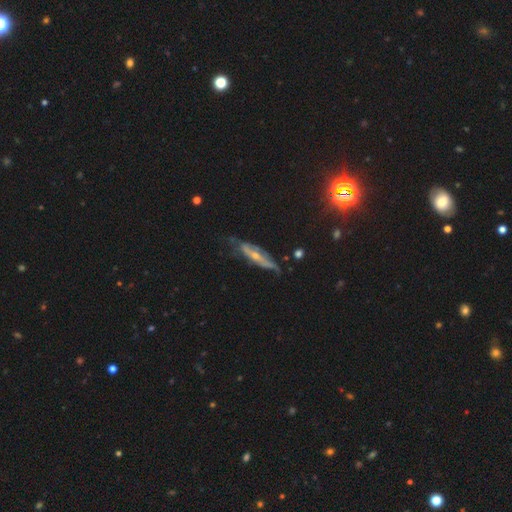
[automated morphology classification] A featured or disk galaxy (69%) viewed edge-on (55%).

Vote fractions:
- Smooth or featured? featured or disk: 69% / smooth: 22% / star or artifact: 8%
- Edge-on disk? yes: 55% / no: 45%
- Merging? none: 53% / minor disturbance: 31% / major disturbance: 13% / merger: 3%